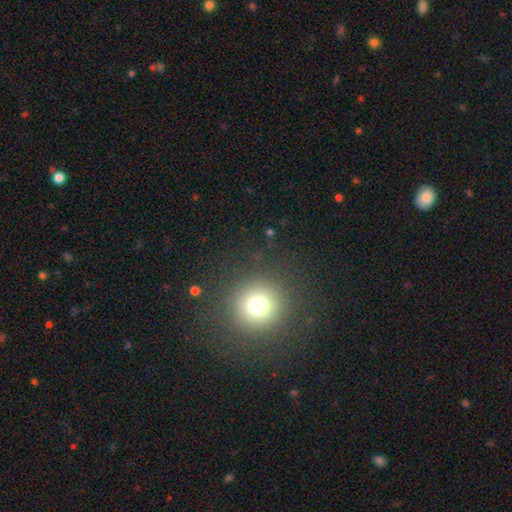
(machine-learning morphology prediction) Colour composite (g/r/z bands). It shows a smooth galaxy with no disk features (71%) that is round (94%). Merging: none (91%).